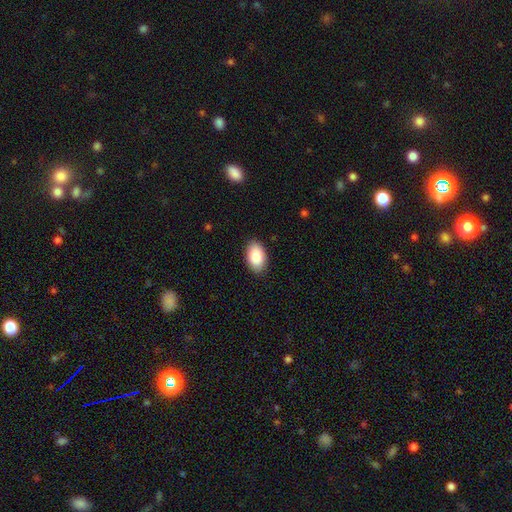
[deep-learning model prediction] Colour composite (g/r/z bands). It shows a smooth galaxy with no disk features (88%) that is in between round and cigar-shaped (94%). Merging: none (89%).